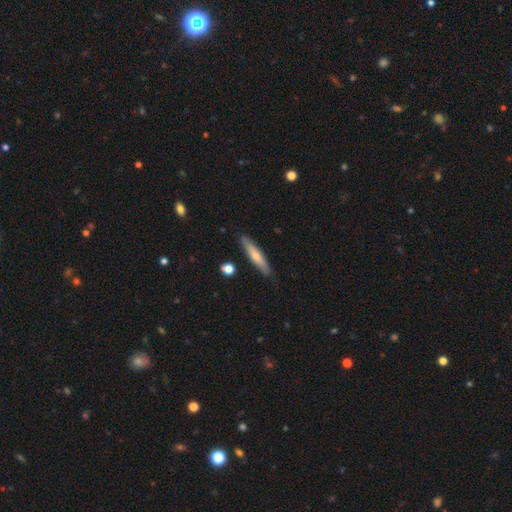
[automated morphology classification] Smooth or featured? smooth (63%)
How rounded? cigar-shaped (87%)
Merging? none (85%)